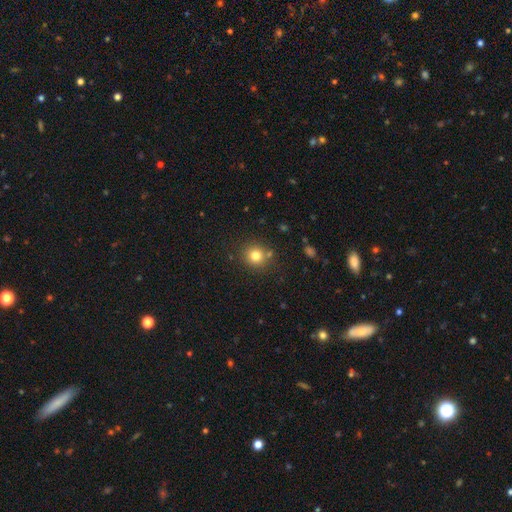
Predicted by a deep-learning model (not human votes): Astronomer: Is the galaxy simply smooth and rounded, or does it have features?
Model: smooth — 80%.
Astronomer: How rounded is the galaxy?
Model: round — 90%.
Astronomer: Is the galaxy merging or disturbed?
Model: none — 82%.